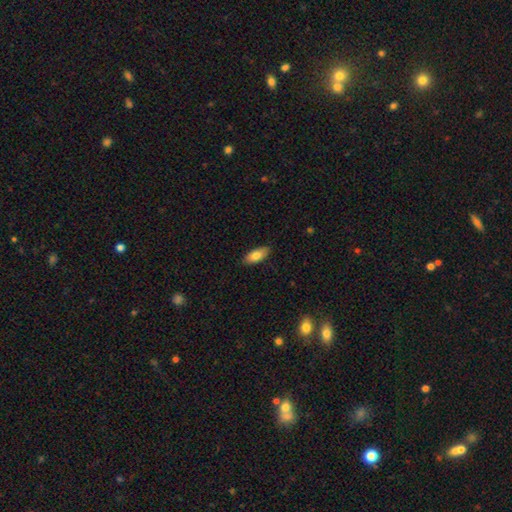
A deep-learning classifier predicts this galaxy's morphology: Smooth or featured?
  - smooth: 78% *
  - featured or disk: 16%
  - star or artifact: 6%
How rounded?
  - in between: 84% *
  - cigar-shaped: 13%
  - round: 2%
Merging?
  - none: 87% *
  - minor disturbance: 10%
  - major disturbance: 2%
  - merger: 1%